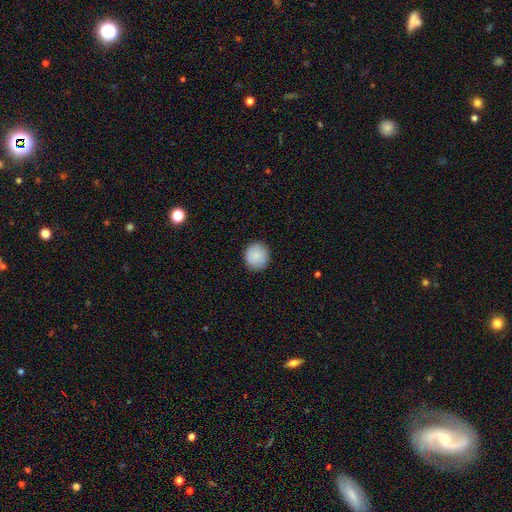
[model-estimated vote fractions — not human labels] The model was most divided on "smooth or featured": smooth: 88%, star or artifact: 7%, featured or disk: 5%. More confident: how rounded — round (92%); merging — none (90%).